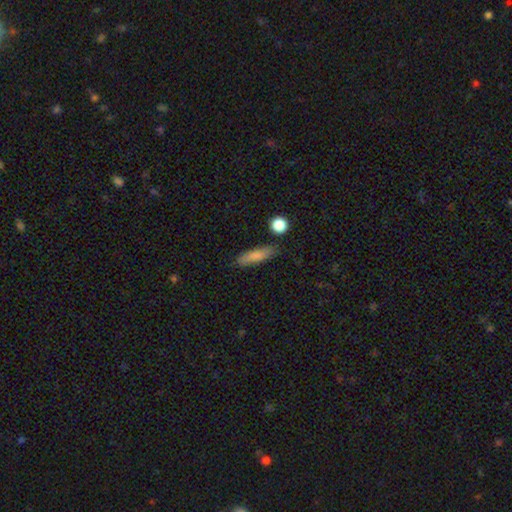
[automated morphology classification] Smooth or featured?
  - smooth: 79% *
  - featured or disk: 13%
  - star or artifact: 8%
How rounded?
  - cigar-shaped: 70% *
  - in between: 27%
  - round: 3%
Merging?
  - none: 77% *
  - minor disturbance: 15%
  - merger: 4%
  - major disturbance: 4%